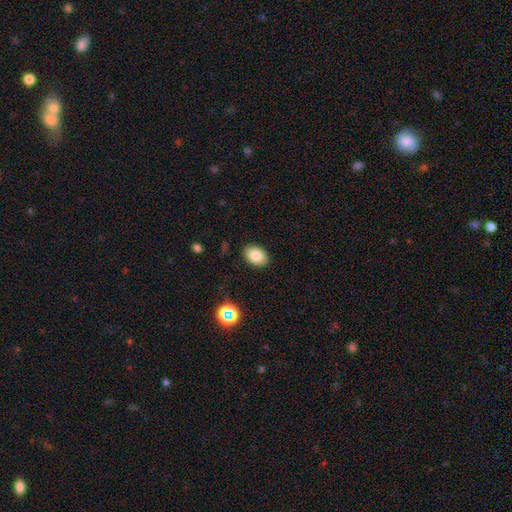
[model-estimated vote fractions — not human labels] This is clearly a smooth galaxy (82%). How rounded: clearly in between (82%). Merging: clearly none (88%).